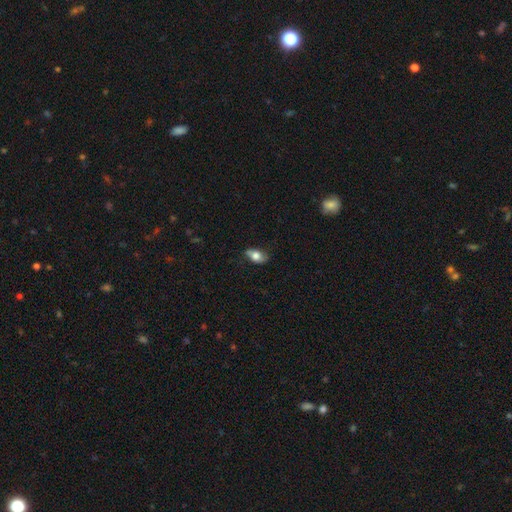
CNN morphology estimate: The model was most divided on "merging": none: 68%, minor disturbance: 24%, major disturbance: 5%, merger: 2%. More confident: how rounded — in between (87%); smooth or featured — smooth (71%).